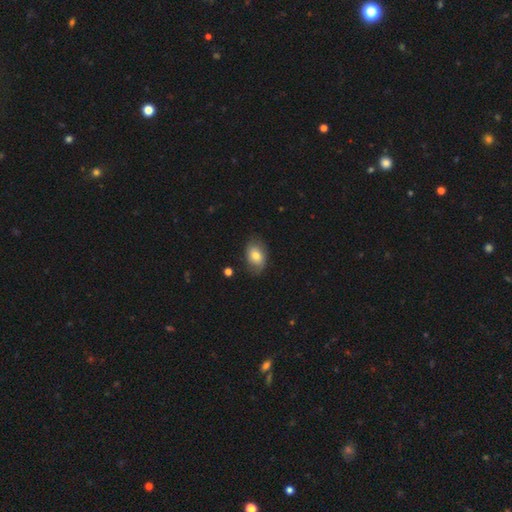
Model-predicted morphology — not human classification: This is likely a smooth galaxy (65%). How rounded: clearly in between (82%). Merging: likely none (72%).